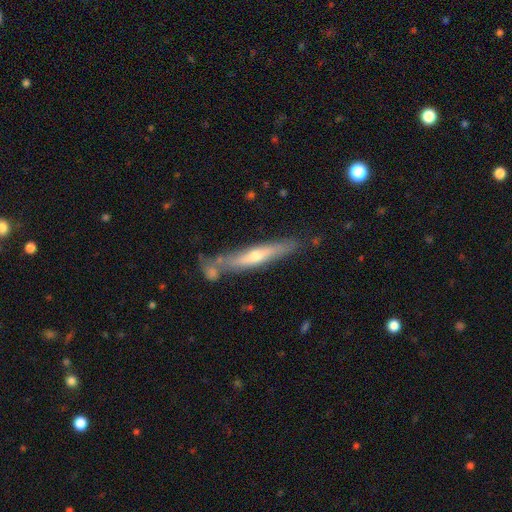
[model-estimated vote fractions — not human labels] smooth-or-featured: featured or disk: 56% | smooth: 38% | star or artifact: 6%
  disk-edge-on: yes: 86% | no: 14%
  merging: none: 67% | minor disturbance: 17% | merger: 13% | major disturbance: 4%